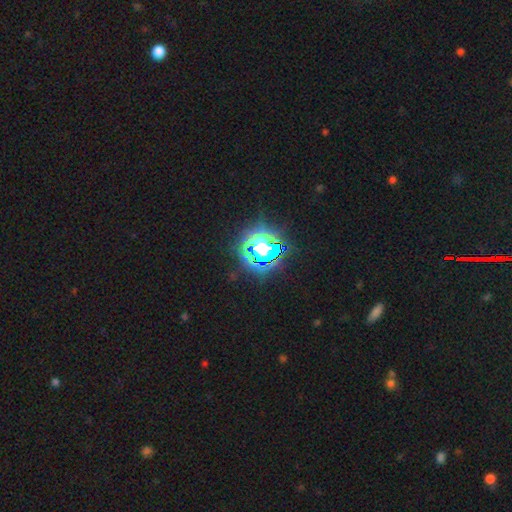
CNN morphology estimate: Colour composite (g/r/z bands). It shows a star or artifact, not a galaxy (70%).